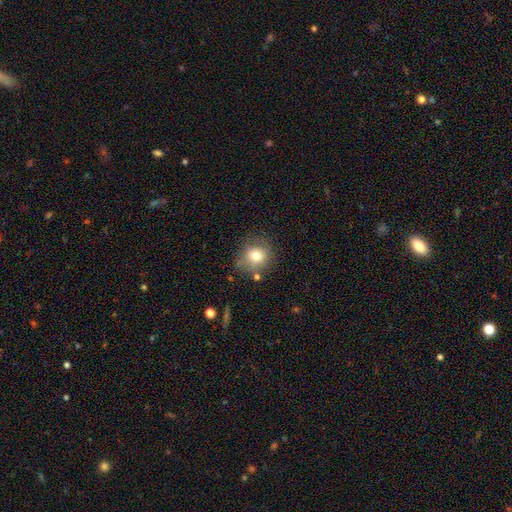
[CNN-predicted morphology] Smooth or featured? Predicted: smooth (p=0.75). How rounded? Predicted: round (p=0.85). Merging? Predicted: none (p=0.76).